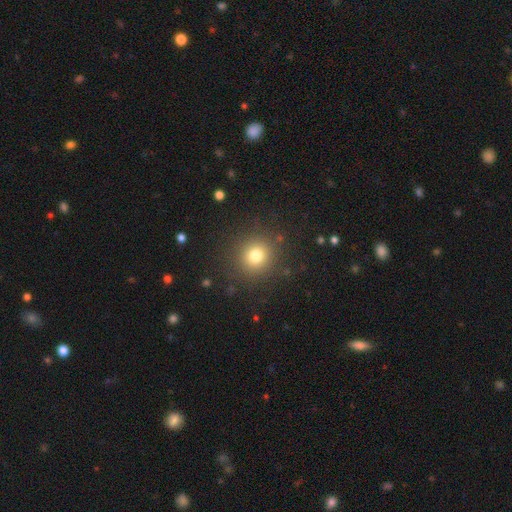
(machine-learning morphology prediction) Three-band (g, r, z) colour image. It shows a smooth galaxy with no disk features (77%) that is round (91%). Merging: none (88%).